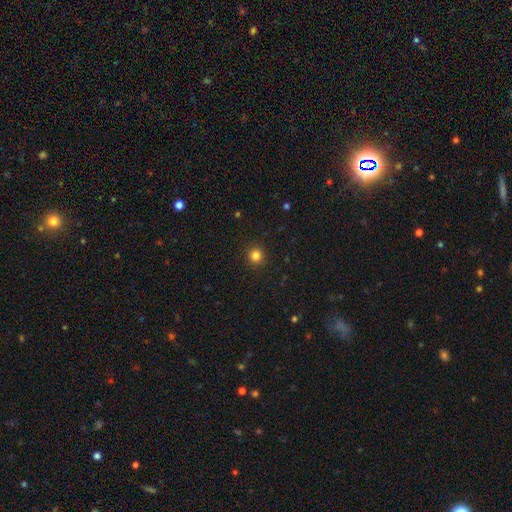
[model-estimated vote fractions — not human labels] Smooth or featured: smooth — 83% (star or artifact — 13%)
How rounded: round — 93% (in between — 6%)
Merging: none — 92% (minor disturbance — 5%)